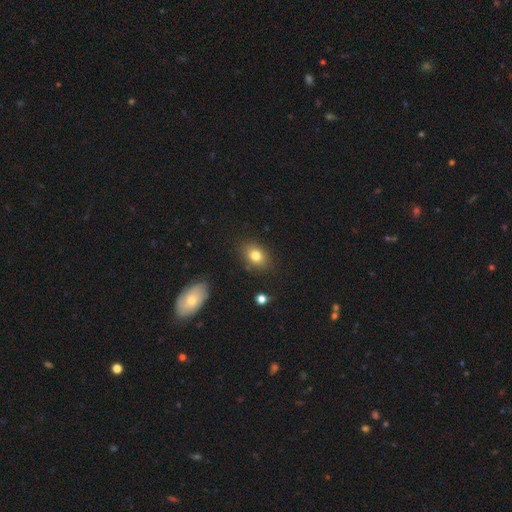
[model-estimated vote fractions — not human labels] smooth 80%, star or artifact 11%, featured or disk 10%. Down the decision tree: how rounded — in between (67%); merging — none (84%).